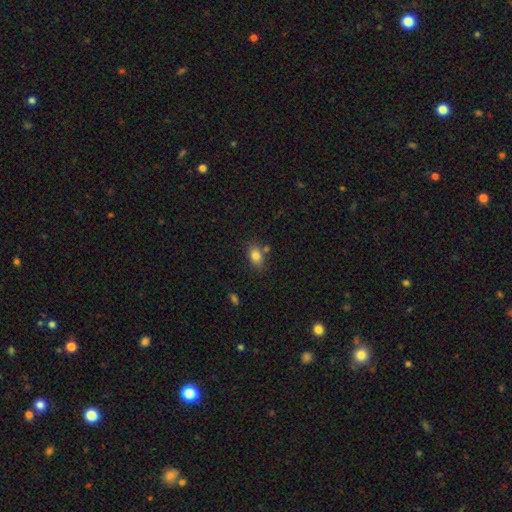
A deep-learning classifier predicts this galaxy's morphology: Smooth or featured?
  - smooth: 82% *
  - star or artifact: 10%
  - featured or disk: 9%
How rounded?
  - in between: 79% *
  - round: 19%
  - cigar-shaped: 2%
Merging?
  - none: 70% *
  - minor disturbance: 15%
  - merger: 11%
  - major disturbance: 4%